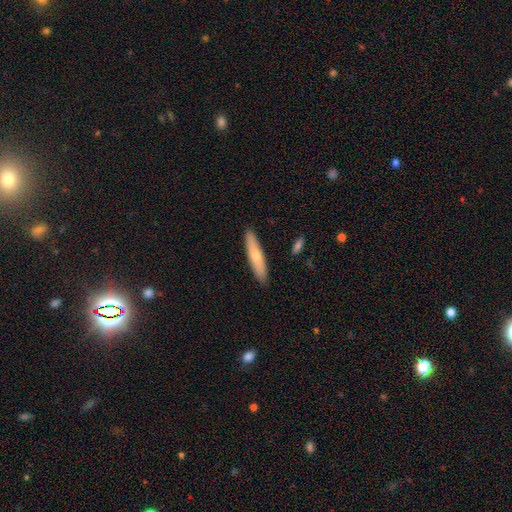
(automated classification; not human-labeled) Smooth or featured?
  - smooth: 68% *
  - featured or disk: 26%
  - star or artifact: 5%
How rounded?
  - cigar-shaped: 87% *
  - in between: 12%
  - round: 1%
Merging?
  - none: 89% *
  - minor disturbance: 8%
  - major disturbance: 1%
  - merger: 1%